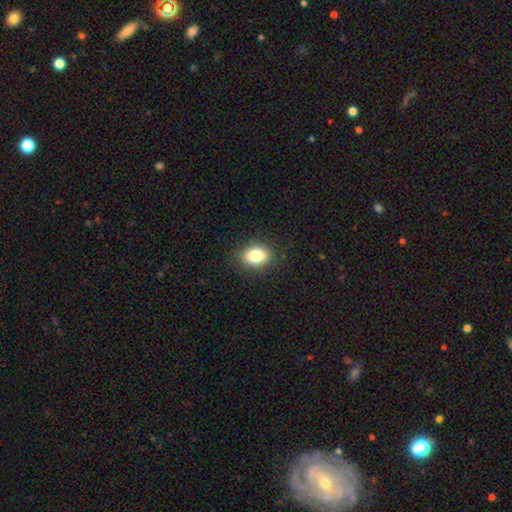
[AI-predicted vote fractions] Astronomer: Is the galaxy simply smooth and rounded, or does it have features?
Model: smooth — 79%.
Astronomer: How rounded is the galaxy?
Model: in between — 70%.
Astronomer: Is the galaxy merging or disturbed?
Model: none — 87%.